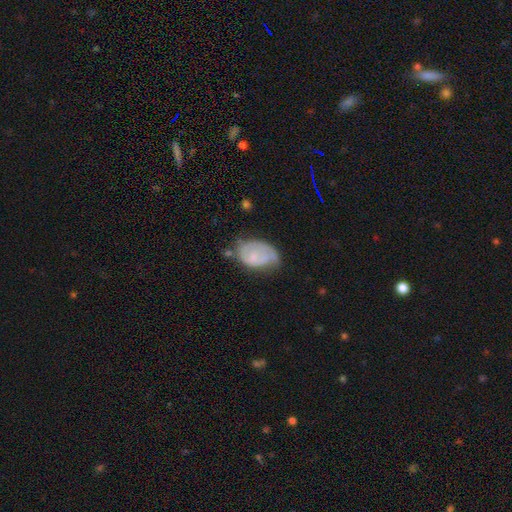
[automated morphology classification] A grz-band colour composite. It shows a smooth galaxy with no disk features (46%, tied with featured or disk). Merging: none (39%).